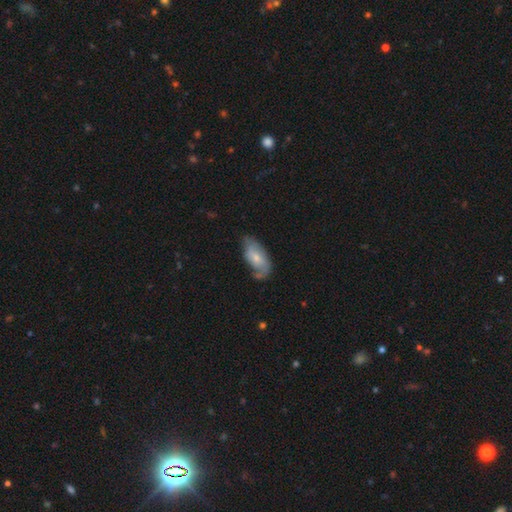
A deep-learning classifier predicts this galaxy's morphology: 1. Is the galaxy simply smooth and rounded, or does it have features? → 51% featured or disk, 40% smooth, 9% star or artifact.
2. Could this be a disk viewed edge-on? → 89% no, 11% yes.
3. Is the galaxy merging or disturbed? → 63% none, 26% minor disturbance, 9% major disturbance, 2% merger.